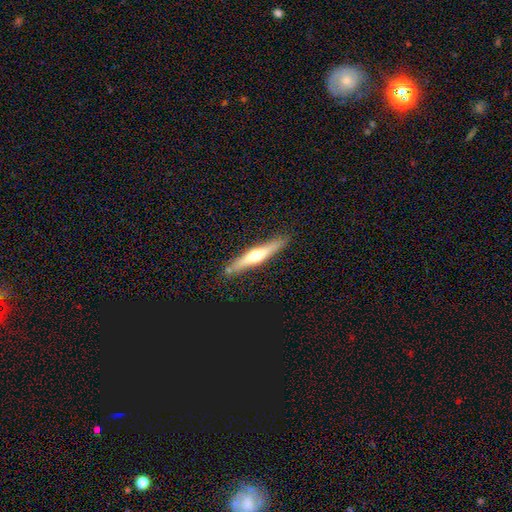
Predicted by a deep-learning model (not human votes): Q: Smooth or featured?
A: featured or disk (60%); runner-up: smooth (34%)
Q: Edge-on disk?
A: yes (95%); runner-up: no (5%)
Q: Edge-on bulge?
A: rounded (91%); runner-up: none (6%)
Q: Merging?
A: none (85%); runner-up: minor disturbance (10%)